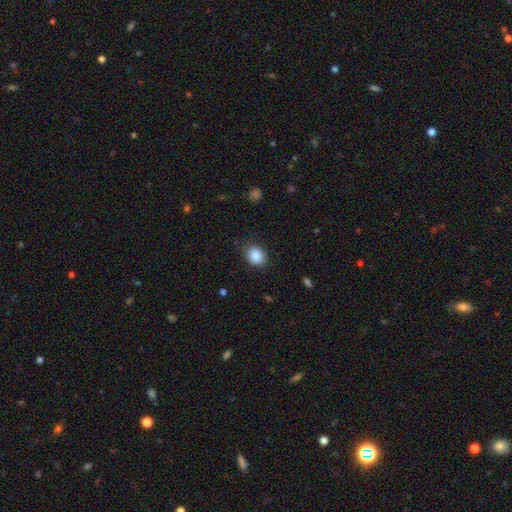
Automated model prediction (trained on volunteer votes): Smooth or featured? smooth (88%)
How rounded? in between (56%)
Merging? none (85%)